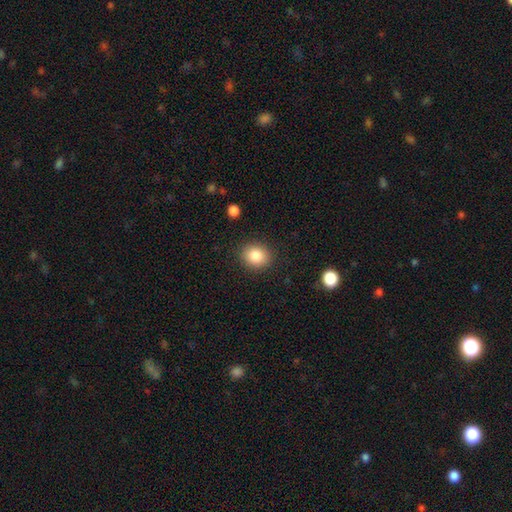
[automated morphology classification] Smooth or featured: smooth — 85% (star or artifact — 9%)
How rounded: round — 67% (in between — 32%)
Merging: none — 88% (minor disturbance — 8%)